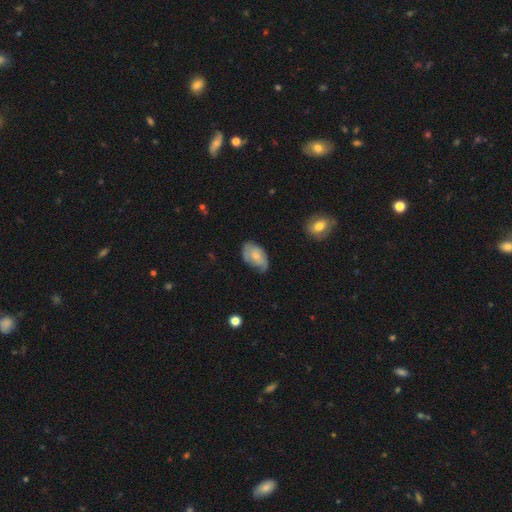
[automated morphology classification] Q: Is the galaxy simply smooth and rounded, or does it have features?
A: smooth — 56%.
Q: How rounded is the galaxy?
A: in between — 91%.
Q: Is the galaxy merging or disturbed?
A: none — 53%.